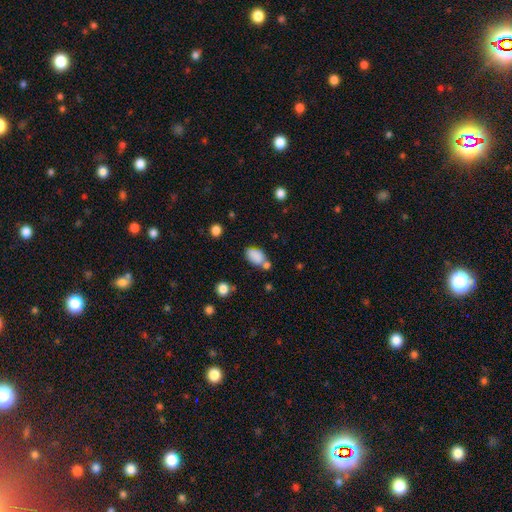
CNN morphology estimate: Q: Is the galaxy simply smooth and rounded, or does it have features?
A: smooth — 84%.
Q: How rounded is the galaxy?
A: in between — 86%.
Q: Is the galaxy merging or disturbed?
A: none — 49%.